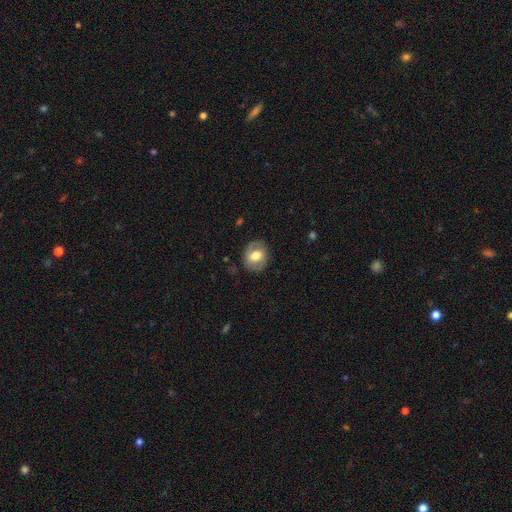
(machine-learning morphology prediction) Overall: smooth (55%; featured or disk 38%). How rounded: round (59%; in between 40%). Merging: none (83%).